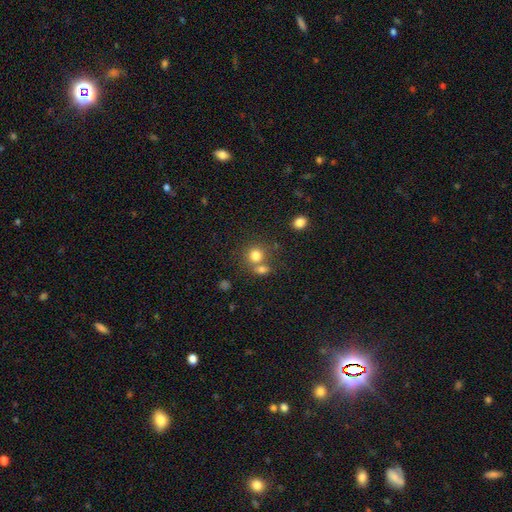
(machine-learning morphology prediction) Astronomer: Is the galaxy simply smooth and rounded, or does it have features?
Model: smooth — 79%.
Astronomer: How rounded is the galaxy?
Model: round — 82%.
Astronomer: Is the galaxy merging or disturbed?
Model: none — 53% (runner-up: merger, 34%).